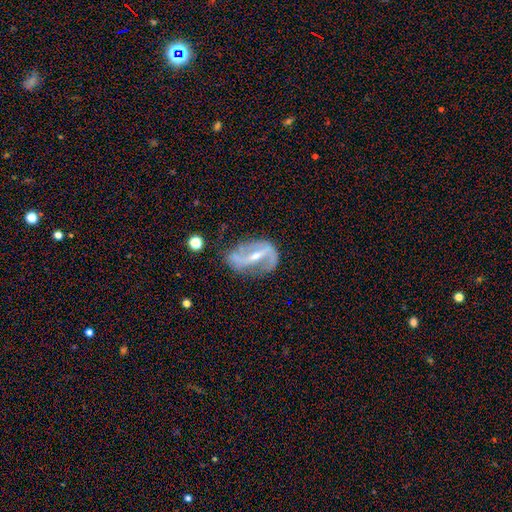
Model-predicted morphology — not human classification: Smooth or featured? Predicted: featured or disk (p=0.85). Edge-on disk? Predicted: no (p=0.95). Bar? Predicted: strong (p=0.63). Spiral arms? Predicted: yes (p=0.87). Spiral winding? Predicted: loose (p=0.43). Spiral arm count? Predicted: 2 (p=0.83). Bulge size? Predicted: small (p=0.55). Merging? Predicted: none (p=0.58).